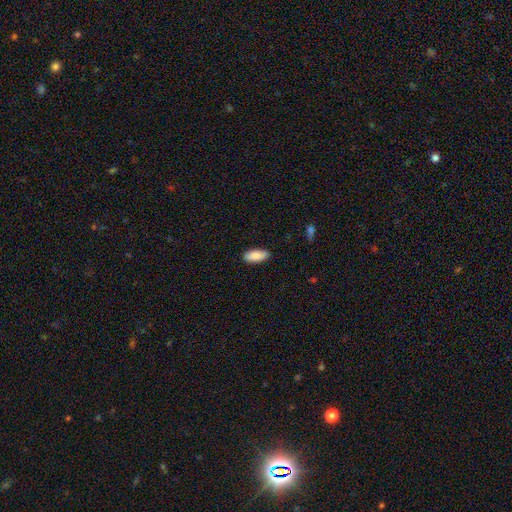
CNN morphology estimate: smooth 87%, featured or disk 7%, star or artifact 6%. Down the decision tree: how rounded — in between (84%); merging — none (87%).